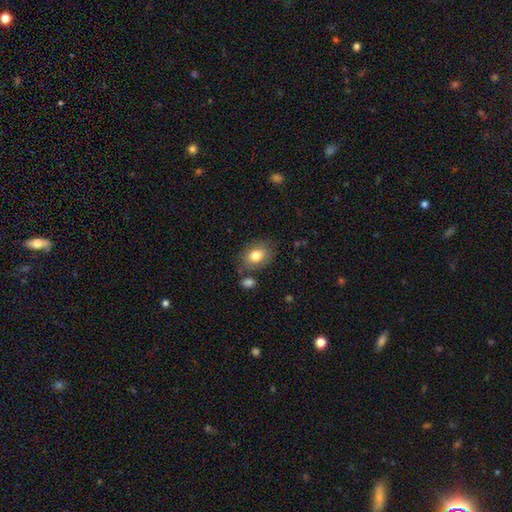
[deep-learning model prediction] smooth-or-featured: smooth: 78% | featured or disk: 14% | star or artifact: 8%
  how-rounded: in between: 69% | round: 30% | cigar-shaped: 1%
  merging: none: 73% | minor disturbance: 15% | merger: 8% | major disturbance: 5%